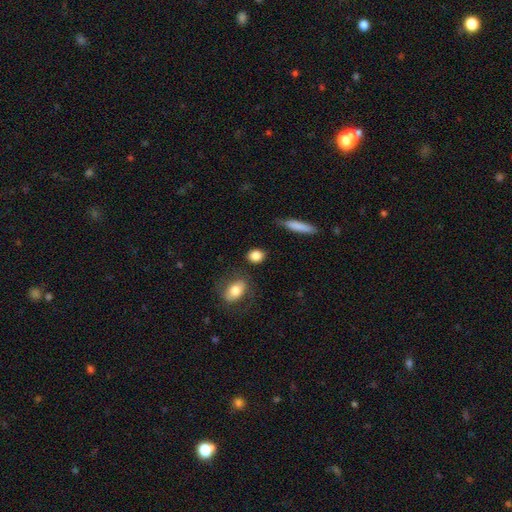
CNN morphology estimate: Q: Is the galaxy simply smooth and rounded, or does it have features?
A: smooth — 86%.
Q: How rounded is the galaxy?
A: in between — 54%.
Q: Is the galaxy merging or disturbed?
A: none — 79%.